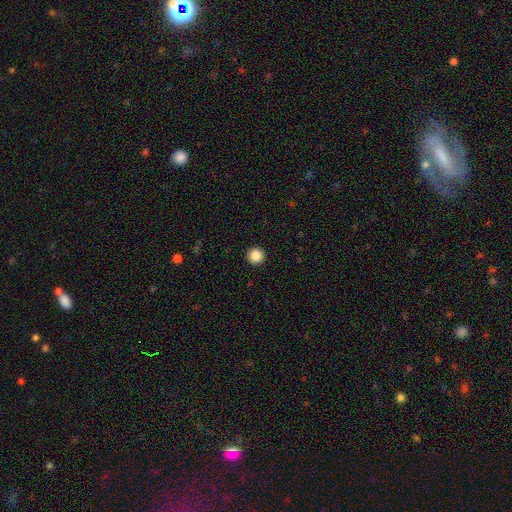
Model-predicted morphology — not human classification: type=smooth (87%); roundness=round (96%); merging=none (94%).